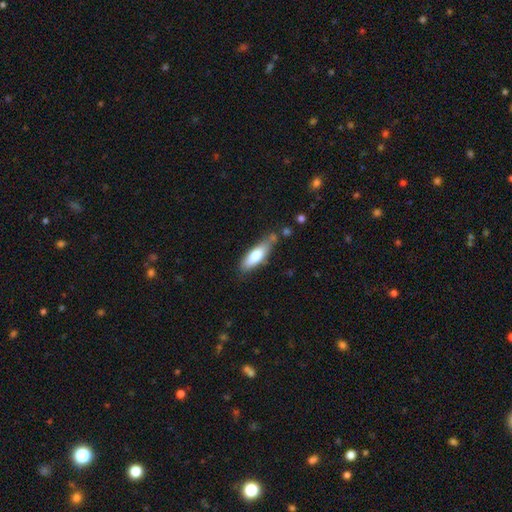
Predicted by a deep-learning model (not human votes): A smooth galaxy with no disk features (71%) that is in between round and cigar-shaped (52%). Merging: none (66%).